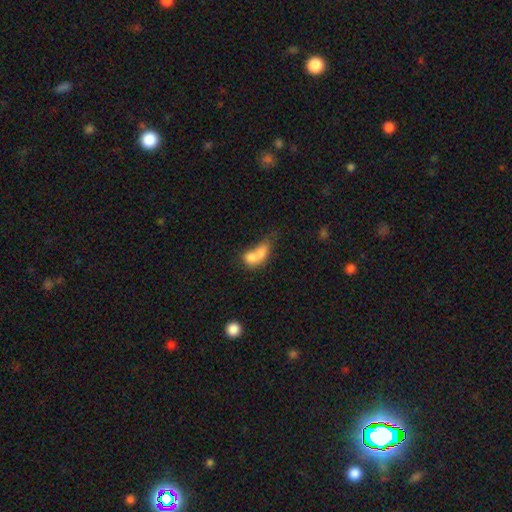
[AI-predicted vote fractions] Morphology: type=smooth (71%); roundness=in between (71%); merging=merger (62%).